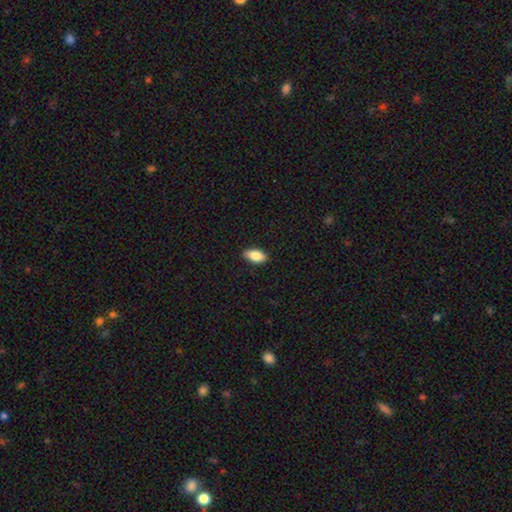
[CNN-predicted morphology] Smooth or featured? Predicted: smooth (p=0.83). How rounded? Predicted: in between (p=0.91). Merging? Predicted: none (p=0.87).